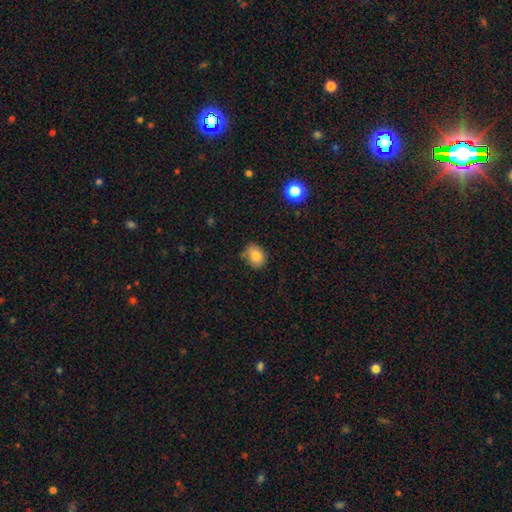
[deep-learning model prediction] Smooth or featured: smooth — 83% (star or artifact — 10%)
How rounded: in between — 57% (round — 42%)
Merging: none — 76% (minor disturbance — 18%)